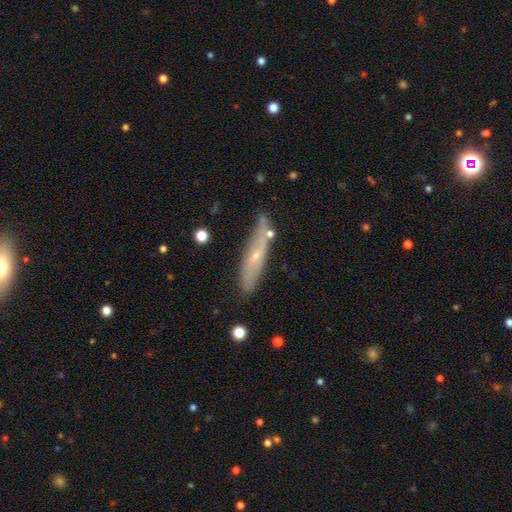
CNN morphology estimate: type=featured or disk (50%); edge-on=yes (58%); merging=none (72%).